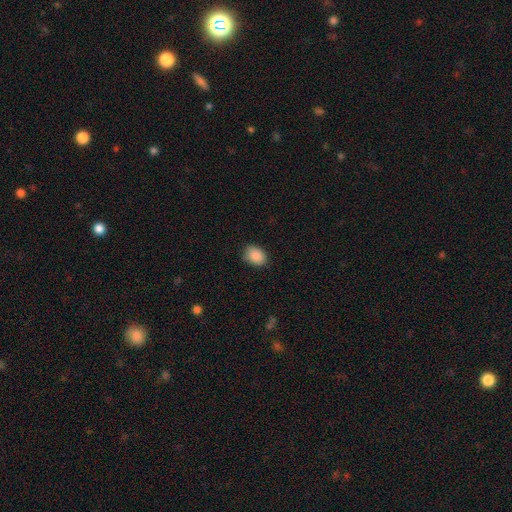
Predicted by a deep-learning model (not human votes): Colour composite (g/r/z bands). It shows a smooth galaxy with no disk features (89%) that is in between round and cigar-shaped (69%). Merging: none (81%).